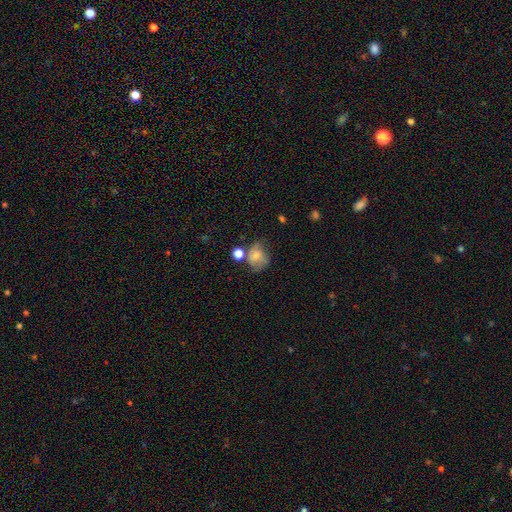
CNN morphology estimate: A smooth galaxy with no disk features (57%) that is round (57%). Merging: none (43%).